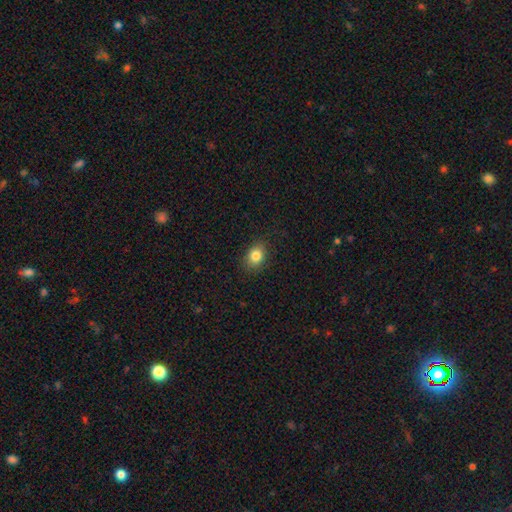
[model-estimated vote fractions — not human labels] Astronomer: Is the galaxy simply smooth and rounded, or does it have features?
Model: smooth — 84%.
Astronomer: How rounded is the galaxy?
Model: in between — 60% (runner-up: round, 39%).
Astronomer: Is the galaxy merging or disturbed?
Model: none — 84%.